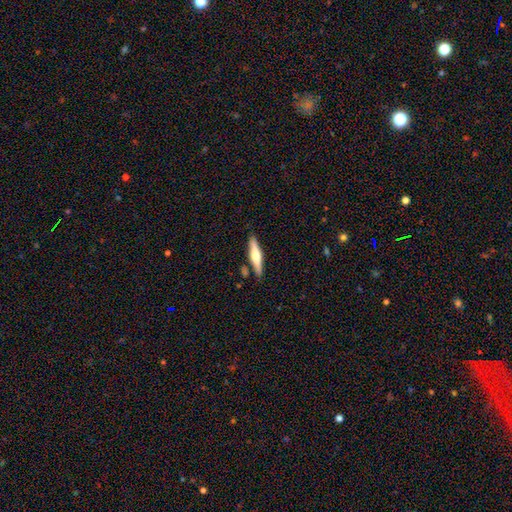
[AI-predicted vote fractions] Smooth or featured? featured or disk (54%)
Edge-on disk? yes (96%)
Edge-on bulge? rounded (87%)
Merging? none (84%)